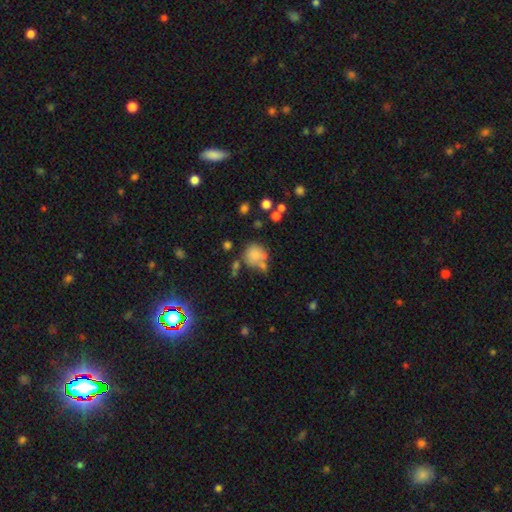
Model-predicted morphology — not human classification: This appears to be a smooth galaxy with no disk features (74%) that is round (83%). Merging: none (45%).